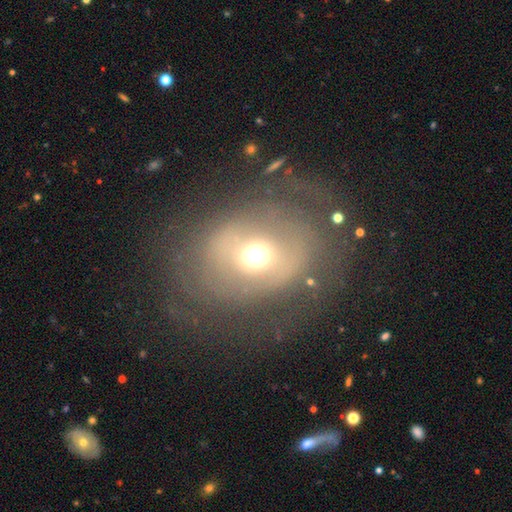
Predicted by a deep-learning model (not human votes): Morphology: type=featured or disk (49%); merging=none (56%).